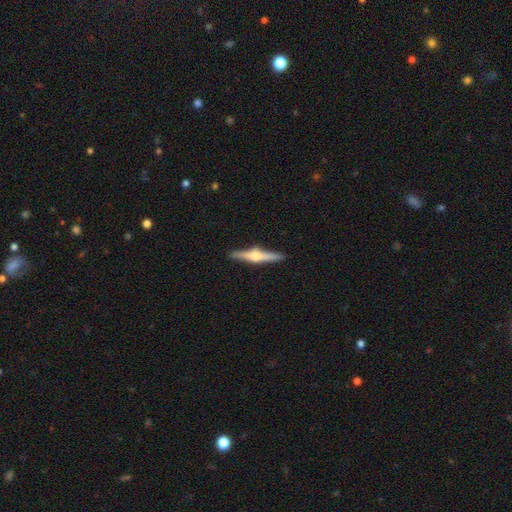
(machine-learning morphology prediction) Overall: featured or disk (73%). Edge-on disk: yes (98%). Edge-on bulge: rounded (92%). Merging: none (90%).